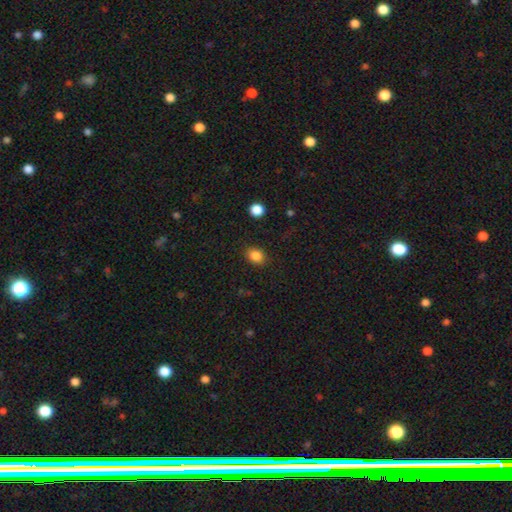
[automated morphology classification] A smooth galaxy with no disk features (85%) that is in between round and cigar-shaped (57%). Merging: none (87%).